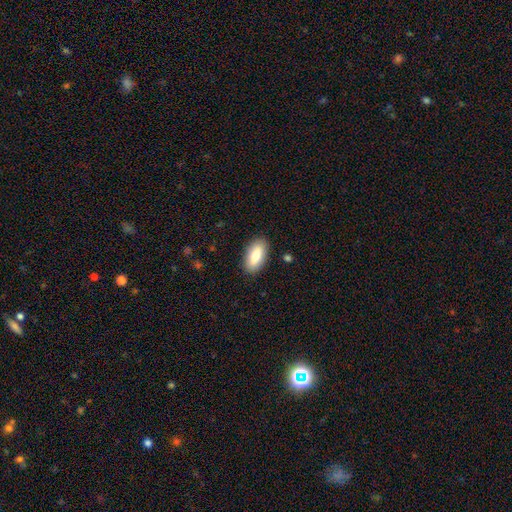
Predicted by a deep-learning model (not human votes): Smooth or featured?
  - smooth: 81% *
  - featured or disk: 13%
  - star or artifact: 6%
How rounded?
  - in between: 91% *
  - cigar-shaped: 7%
  - round: 2%
Merging?
  - none: 88% *
  - minor disturbance: 9%
  - major disturbance: 2%
  - merger: 1%